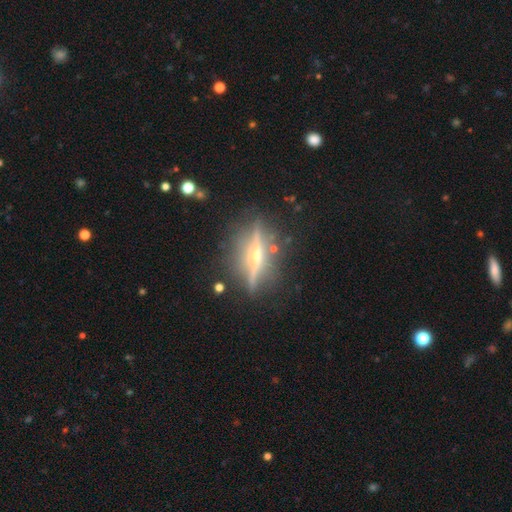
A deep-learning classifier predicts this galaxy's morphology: Q: Smooth or featured?
A: featured or disk (79%); runner-up: smooth (13%)
Q: Edge-on disk?
A: yes (93%); runner-up: no (7%)
Q: Edge-on bulge?
A: rounded (87%); runner-up: none (10%)
Q: Merging?
A: none (82%); runner-up: minor disturbance (12%)